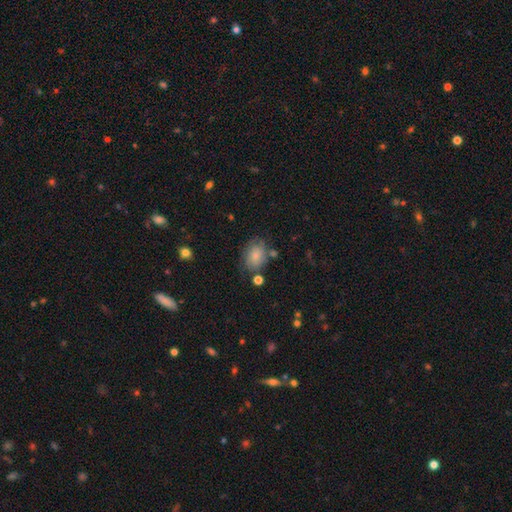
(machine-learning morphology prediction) This appears to be a smooth galaxy with no disk features (75%) that is in between round and cigar-shaped (69%). Merging: none (61%).